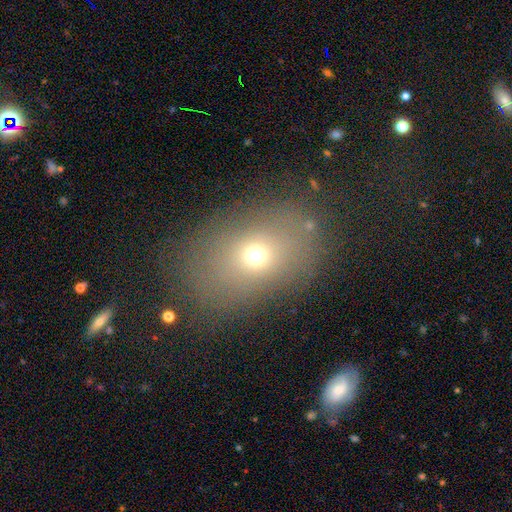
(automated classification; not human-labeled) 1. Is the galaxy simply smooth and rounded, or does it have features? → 65% smooth, 19% star or artifact, 16% featured or disk.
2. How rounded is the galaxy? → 70% in between, 28% round, 2% cigar-shaped.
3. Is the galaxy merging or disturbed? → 77% none, 13% minor disturbance, 7% major disturbance, 3% merger.